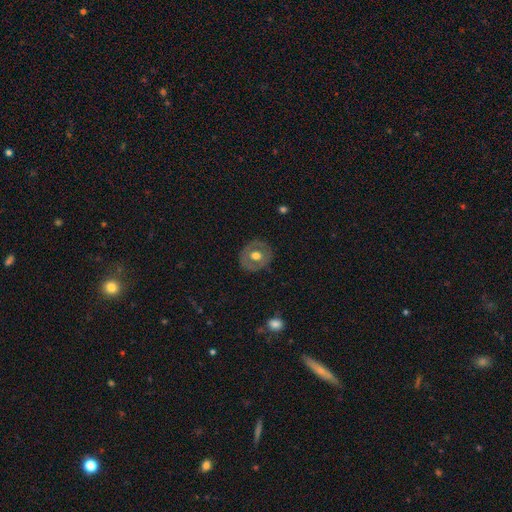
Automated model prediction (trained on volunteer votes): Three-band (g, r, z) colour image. It shows a featured or disk galaxy (47%). Merging: none (84%).